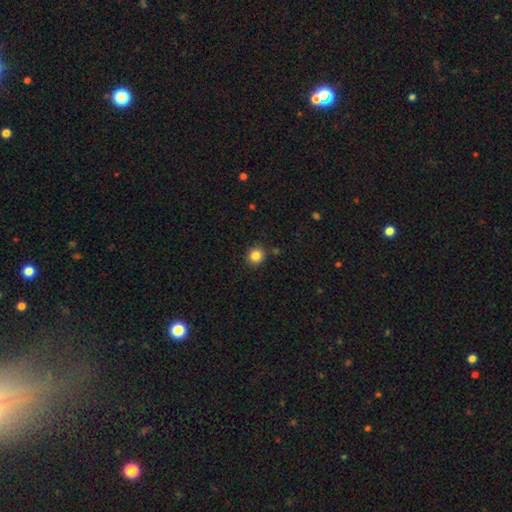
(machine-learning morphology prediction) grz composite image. It shows a smooth galaxy with no disk features (84%) that is round (89%). Merging: none (88%).